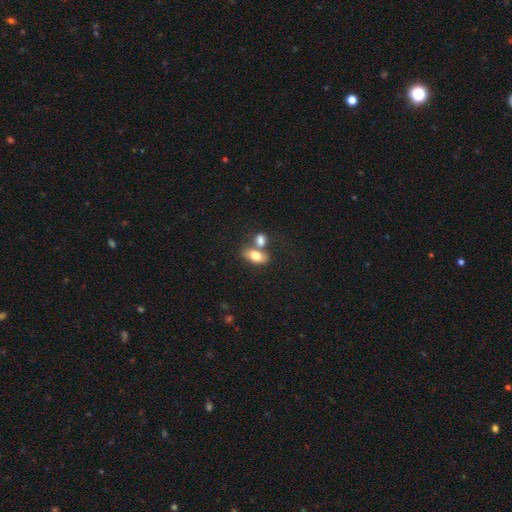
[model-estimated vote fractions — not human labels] smooth-or-featured: smooth: 77% | featured or disk: 16% | star or artifact: 7%
  how-rounded: in between: 87% | round: 8% | cigar-shaped: 5%
  merging: merger: 44% | none: 42% | minor disturbance: 10% | major disturbance: 4%